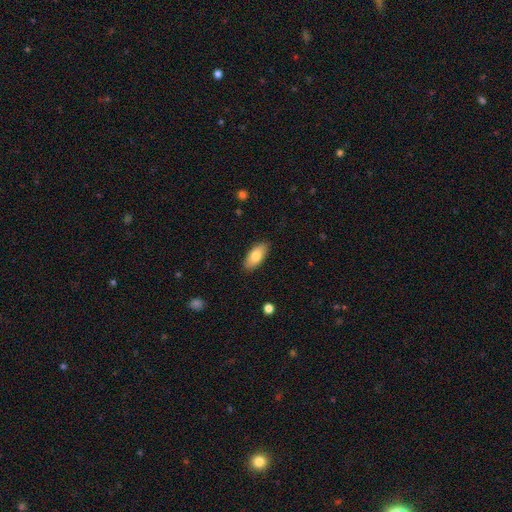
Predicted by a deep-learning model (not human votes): The model was most divided on "smooth or featured": smooth: 80%, featured or disk: 14%, star or artifact: 6%. More confident: how rounded — in between (89%); merging — none (88%).